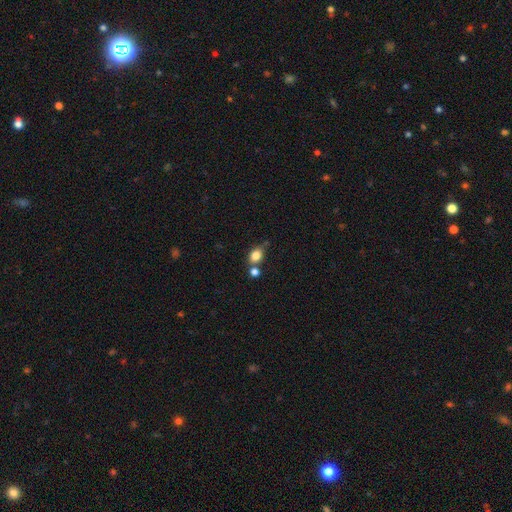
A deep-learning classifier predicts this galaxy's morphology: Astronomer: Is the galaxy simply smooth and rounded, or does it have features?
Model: smooth — 81%.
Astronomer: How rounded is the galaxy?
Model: in between — 61% (runner-up: round, 38%).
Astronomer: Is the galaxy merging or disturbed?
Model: none — 56%.